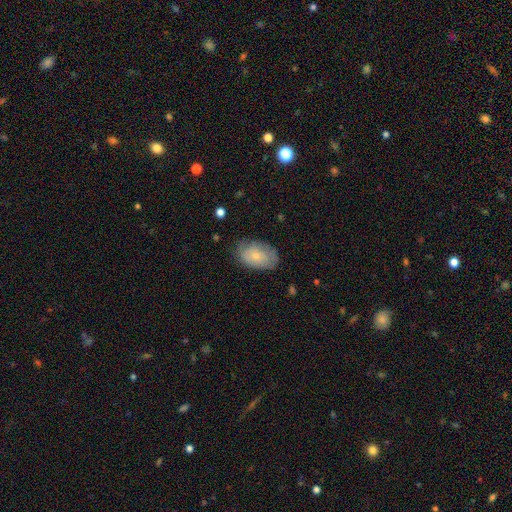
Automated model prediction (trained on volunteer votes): The model was most divided on "smooth or featured": smooth: 65%, featured or disk: 28%, star or artifact: 7%. More confident: how rounded — in between (88%); merging — none (68%).